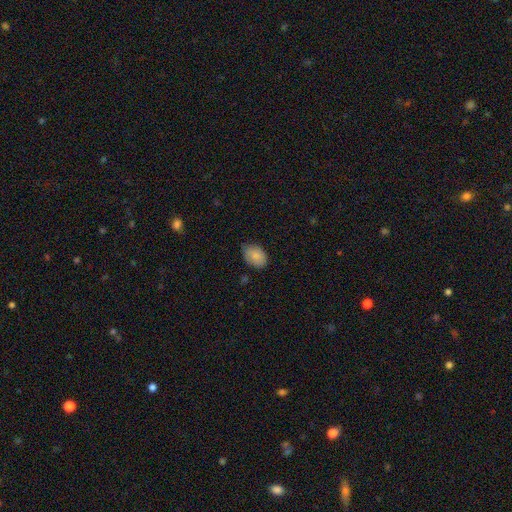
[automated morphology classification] A smooth galaxy with no disk features (85%) that is in between round and cigar-shaped (80%).

Vote fractions:
- Smooth or featured? smooth: 85% / featured or disk: 8% / star or artifact: 7%
- How rounded? in between: 80% / round: 19% / cigar-shaped: 1%
- Merging? none: 71% / minor disturbance: 24% / major disturbance: 4% / merger: 1%